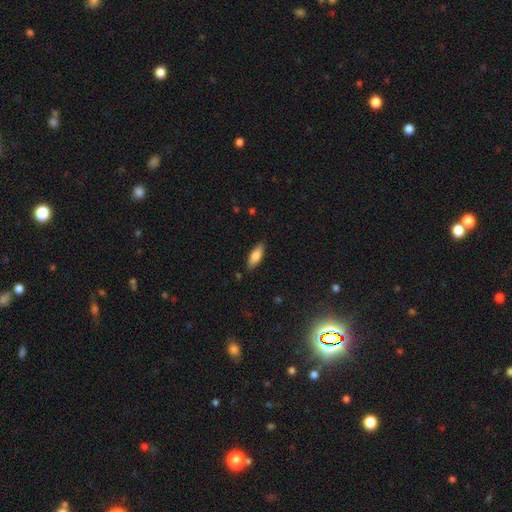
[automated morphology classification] Smooth or featured: smooth — 81% (featured or disk — 12%)
How rounded: in between — 70% (cigar-shaped — 28%)
Merging: none — 86% (minor disturbance — 10%)